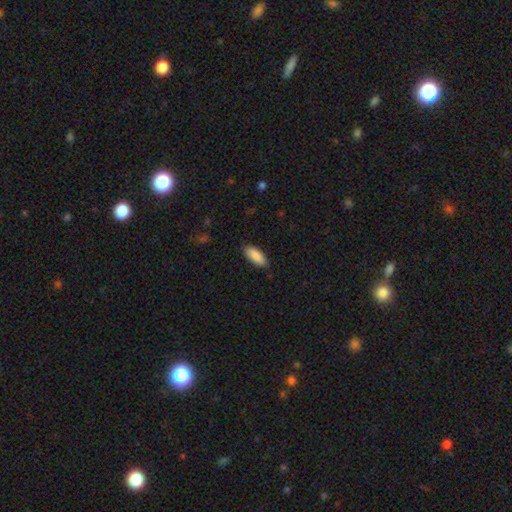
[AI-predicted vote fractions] Smooth or featured: smooth — 89% (star or artifact — 6%)
How rounded: in between — 78% (cigar-shaped — 20%)
Merging: none — 85% (minor disturbance — 12%)